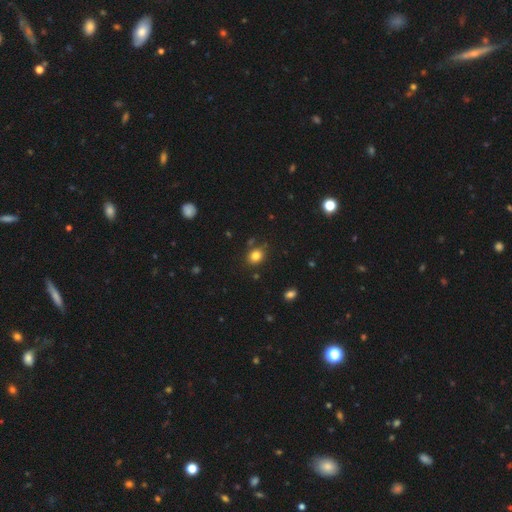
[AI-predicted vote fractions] Smooth or featured? Predicted: smooth (p=0.82). How rounded? Predicted: round (p=0.57). Merging? Predicted: none (p=0.80).